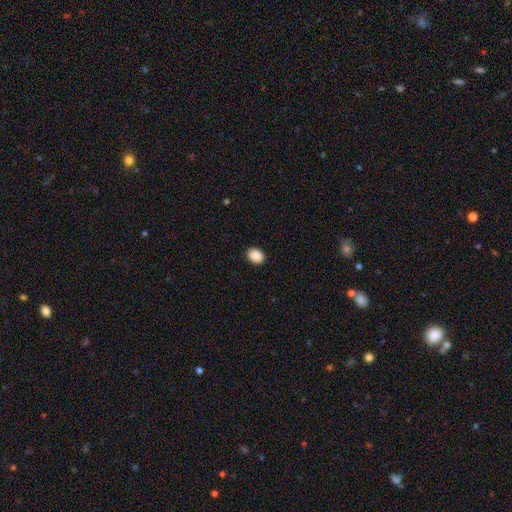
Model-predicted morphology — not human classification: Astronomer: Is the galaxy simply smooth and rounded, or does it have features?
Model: smooth — 89%.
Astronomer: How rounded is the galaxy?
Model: in between — 57% (runner-up: round, 42%).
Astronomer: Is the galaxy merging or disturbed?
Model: none — 91%.